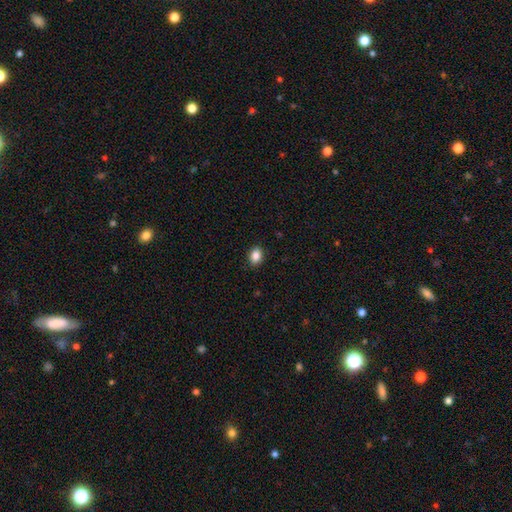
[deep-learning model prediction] The model was most divided on "how rounded": in between: 63%, round: 36%, cigar-shaped: 1%. More confident: merging — none (90%); smooth or featured — smooth (87%).